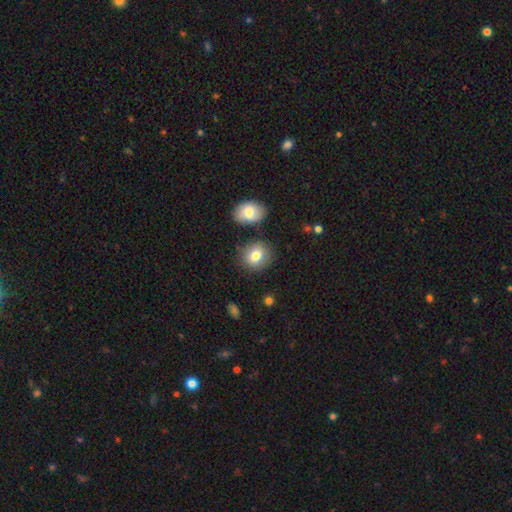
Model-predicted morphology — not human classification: Smooth or featured? Predicted: smooth (p=0.80). How rounded? Predicted: round (p=0.70). Merging? Predicted: none (p=0.79).